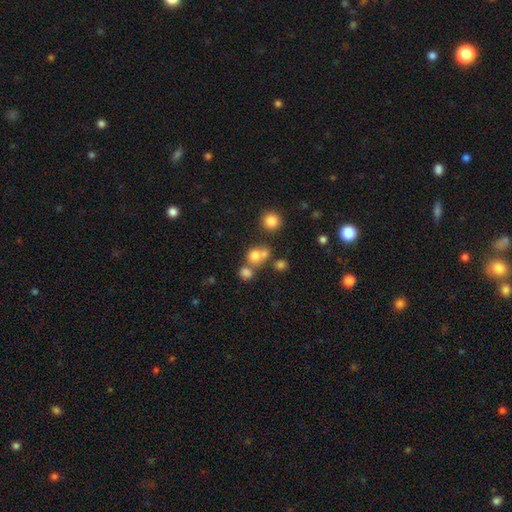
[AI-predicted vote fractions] The model was most divided on "merging": none: 49%, merger: 38%, minor disturbance: 8%, major disturbance: 5%. More confident: how rounded — round (82%); smooth or featured — smooth (72%).